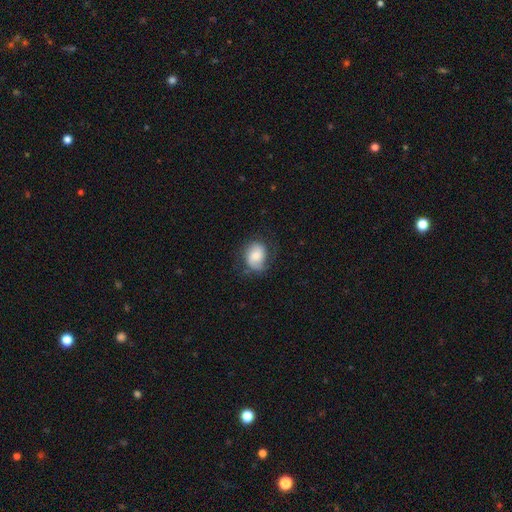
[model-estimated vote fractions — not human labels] This appears to be a smooth galaxy with no disk features (57%) that is in between round and cigar-shaped (51%). Merging: none (61%).